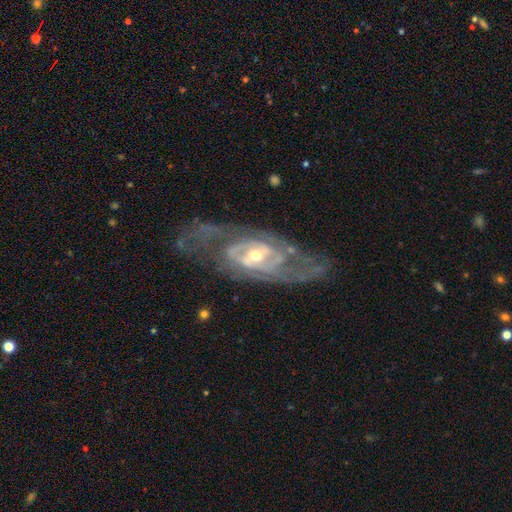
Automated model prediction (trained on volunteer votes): smooth_or_featured: featured or disk (p=0.88) [alt: smooth p=0.07]
disk_edge_on: no (p=0.92) [alt: yes p=0.08]
bar: no (p=0.42) [alt: weak p=0.36]
has_spiral_arms: yes (p=0.89) [alt: no p=0.11]
spiral_winding: tight (p=0.53) [alt: medium p=0.35]
spiral_arm_count: 2 (p=0.50) [alt: can't tell p=0.27]
bulge_size: moderate (p=0.57) [alt: small p=0.38]
merging: none (p=0.61) [alt: minor disturbance p=0.19]